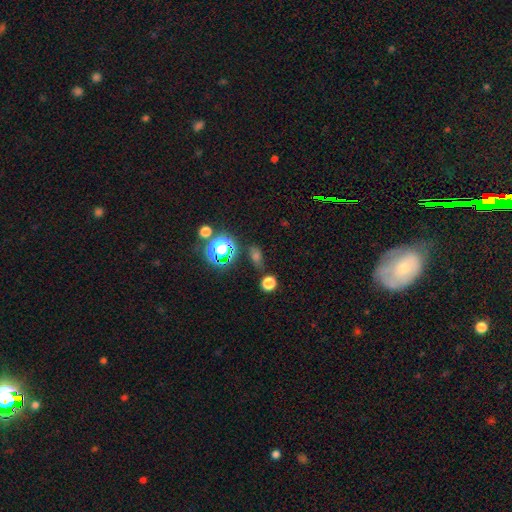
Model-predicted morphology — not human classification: A smooth galaxy with no disk features (51%) that is in between round and cigar-shaped (54%). Merging: none (75%).